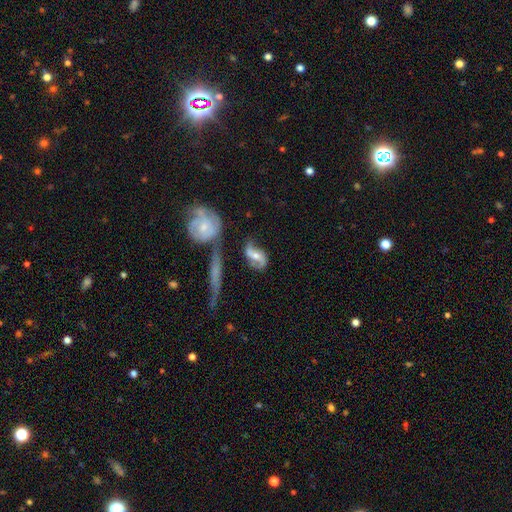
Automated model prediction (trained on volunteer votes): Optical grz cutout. It shows a featured or disk galaxy (69%) with a weak bar (39%, tied with no), 2 (87%) loose (57%) spiral arms (89%) and a moderate central bulge (63%). Merging: none (45%).